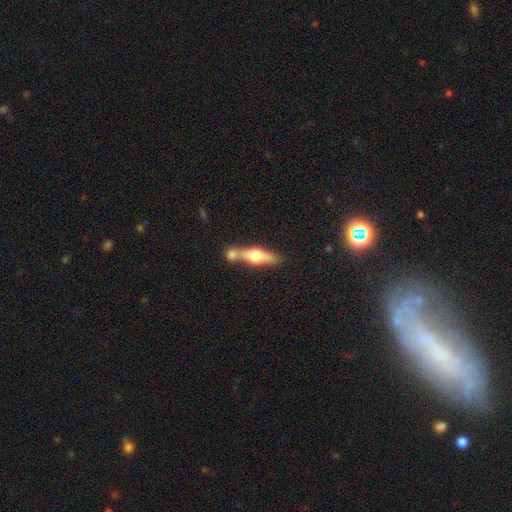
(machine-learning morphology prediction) Smooth or featured? featured or disk (58%)
Edge-on disk? yes (92%)
Edge-on bulge? rounded (94%)
Merging? none (49%)